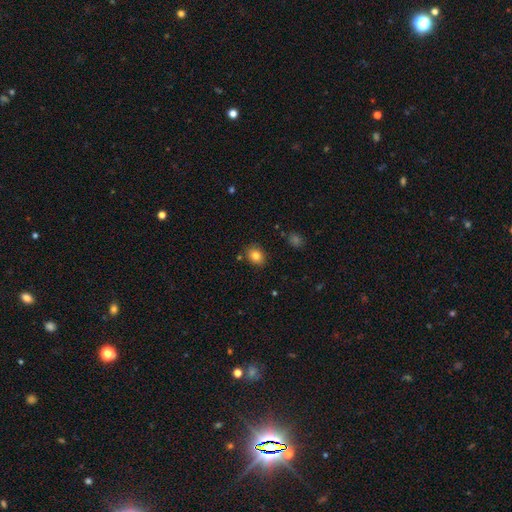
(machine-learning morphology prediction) Overall: smooth (82%). How rounded: round (50%; in between 49%). Merging: none (83%).